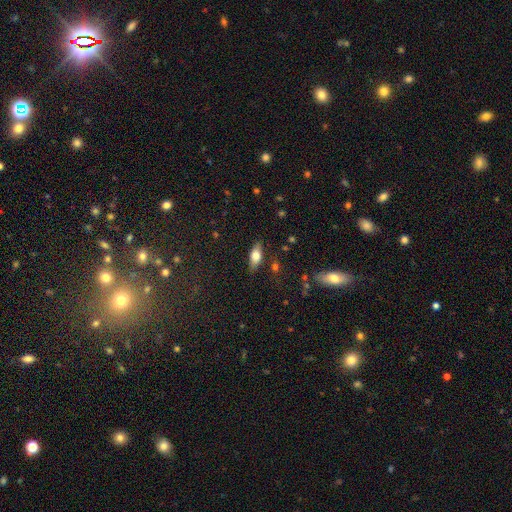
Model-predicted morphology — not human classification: Smooth or featured?
  - smooth: 69% *
  - featured or disk: 24%
  - star or artifact: 8%
How rounded?
  - in between: 80% *
  - cigar-shaped: 17%
  - round: 3%
Merging?
  - none: 80% *
  - minor disturbance: 14%
  - major disturbance: 3%
  - merger: 2%